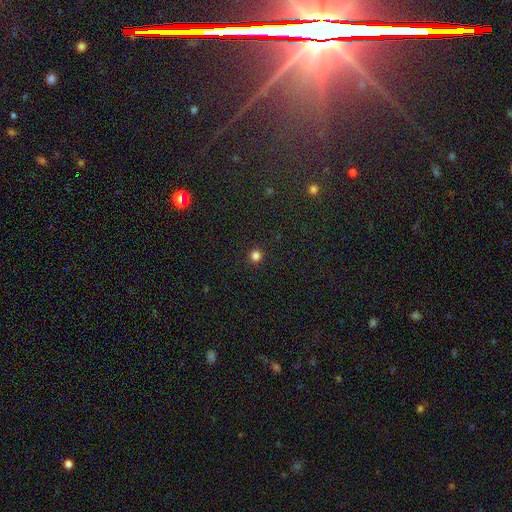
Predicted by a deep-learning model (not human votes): Q: Smooth or featured?
A: smooth (81%); runner-up: star or artifact (15%)
Q: How rounded?
A: round (93%); runner-up: in between (6%)
Q: Merging?
A: none (92%); runner-up: minor disturbance (5%)